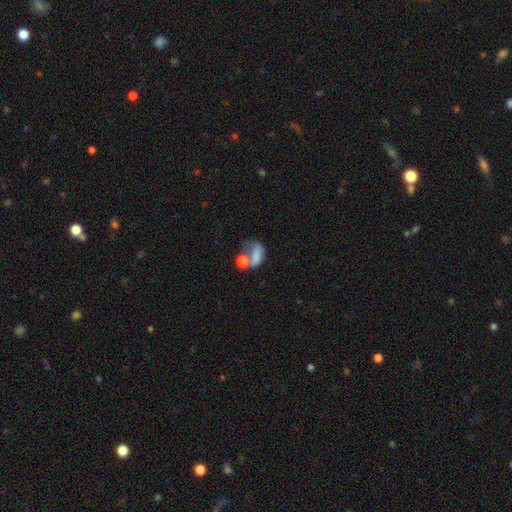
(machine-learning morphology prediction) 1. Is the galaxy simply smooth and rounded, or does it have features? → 67% smooth, 20% featured or disk, 13% star or artifact.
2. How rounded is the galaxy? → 79% in between, 18% round, 3% cigar-shaped.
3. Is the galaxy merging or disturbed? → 39% merger, 26% major disturbance, 21% none, 15% minor disturbance.